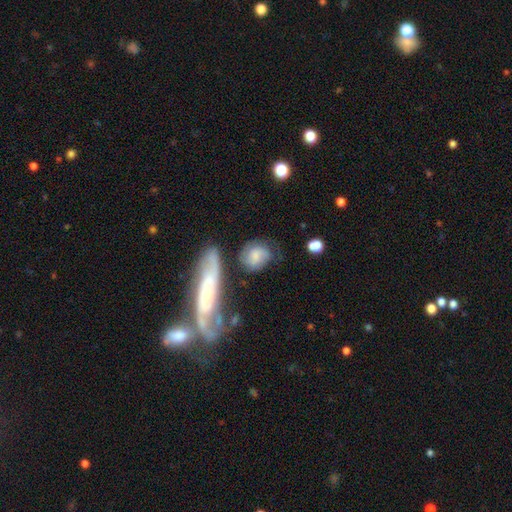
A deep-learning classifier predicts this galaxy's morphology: Q: Smooth or featured?
A: smooth (53%); runner-up: featured or disk (40%)
Q: How rounded?
A: round (54%); runner-up: in between (42%)
Q: Merging?
A: none (61%); runner-up: minor disturbance (21%)